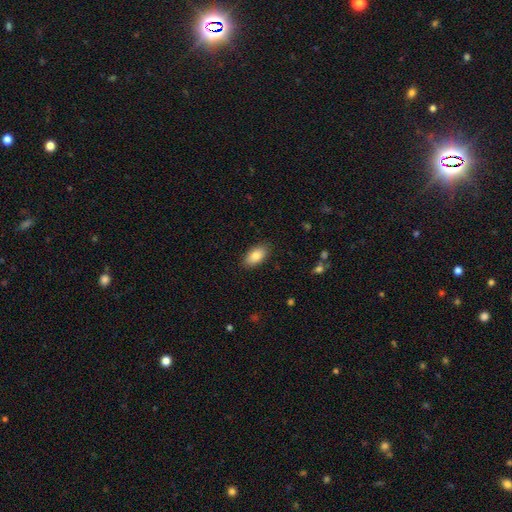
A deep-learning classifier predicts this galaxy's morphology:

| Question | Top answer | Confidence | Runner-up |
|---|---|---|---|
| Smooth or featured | smooth | 83% | featured or disk (10%) |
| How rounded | in between | 93% | round (4%) |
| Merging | none | 87% | minor disturbance (10%) |